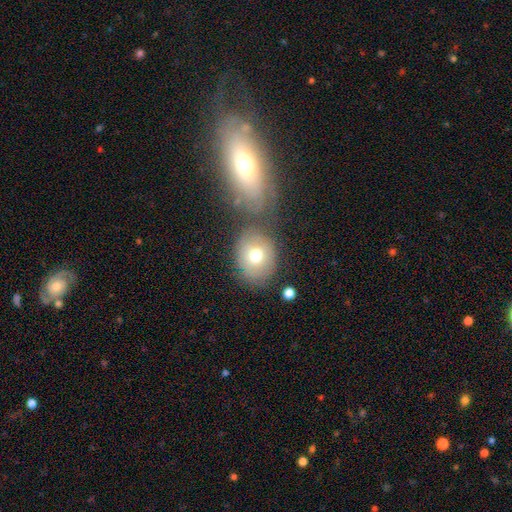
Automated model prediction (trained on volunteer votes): smooth-or-featured: smooth: 66% | featured or disk: 24% | star or artifact: 10%
  how-rounded: round: 54% | in between: 45% | cigar-shaped: 1%
  merging: none: 57% | merger: 20% | minor disturbance: 16% | major disturbance: 8%